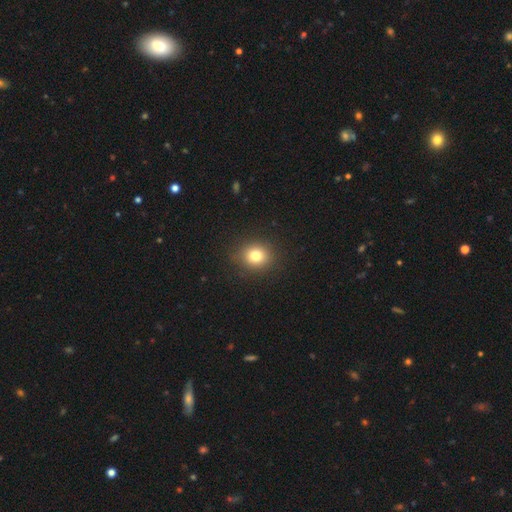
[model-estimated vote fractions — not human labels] smooth-or-featured: smooth: 79% | star or artifact: 13% | featured or disk: 8%
  how-rounded: round: 76% | in between: 23% | cigar-shaped: 1%
  merging: none: 88% | minor disturbance: 8% | major disturbance: 3% | merger: 1%